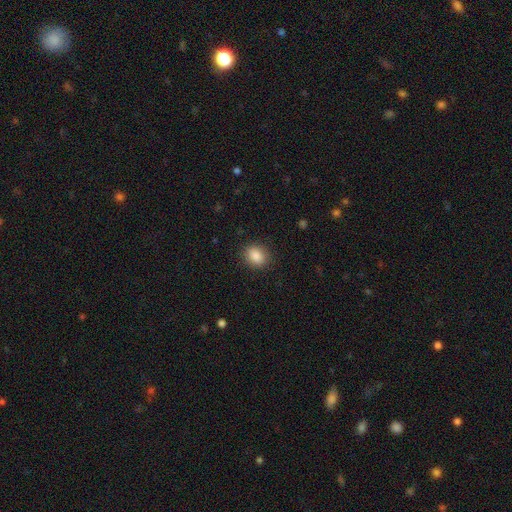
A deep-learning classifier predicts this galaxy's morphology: The model was most divided on "how rounded": round: 53%, in between: 46%, cigar-shaped: 1%. More confident: merging — none (88%); smooth or featured — smooth (86%).